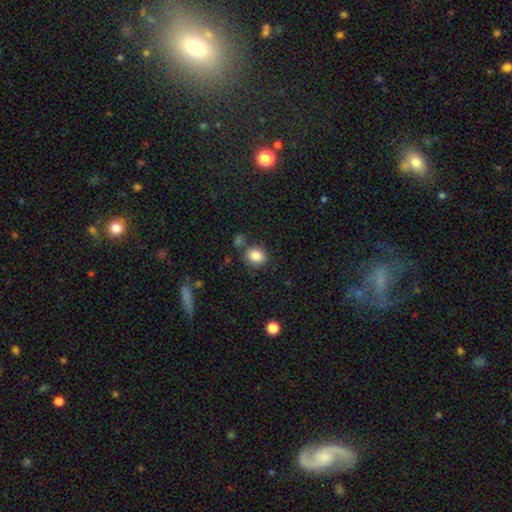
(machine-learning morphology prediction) Smooth or featured?
  - smooth: 85% *
  - star or artifact: 10%
  - featured or disk: 6%
How rounded?
  - round: 60% *
  - in between: 39%
  - cigar-shaped: 1%
Merging?
  - none: 76% *
  - minor disturbance: 12%
  - merger: 8%
  - major disturbance: 4%